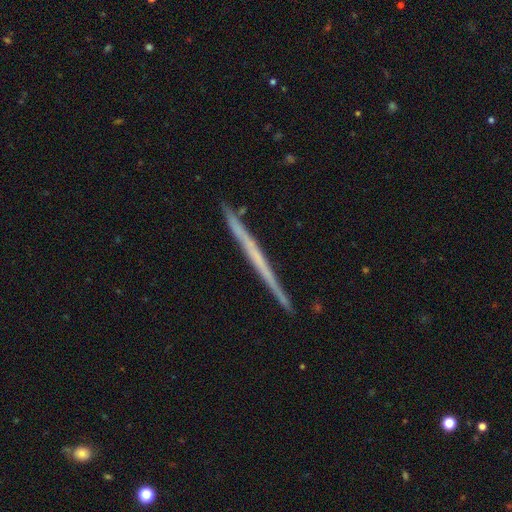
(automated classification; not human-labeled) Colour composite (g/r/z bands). It shows a featured or disk galaxy (63%) viewed edge-on (98%) with no central bulge (89%). Merging: none (90%).